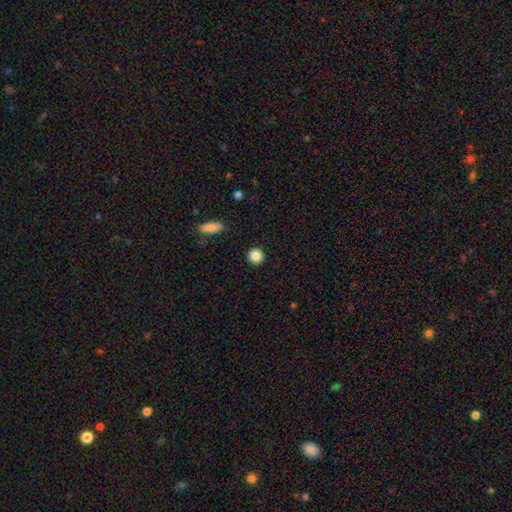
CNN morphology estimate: Smooth or featured?
  - smooth: 87% *
  - star or artifact: 9%
  - featured or disk: 5%
How rounded?
  - round: 93% *
  - in between: 5%
  - cigar-shaped: 1%
Merging?
  - none: 92% *
  - minor disturbance: 5%
  - major disturbance: 2%
  - merger: 1%